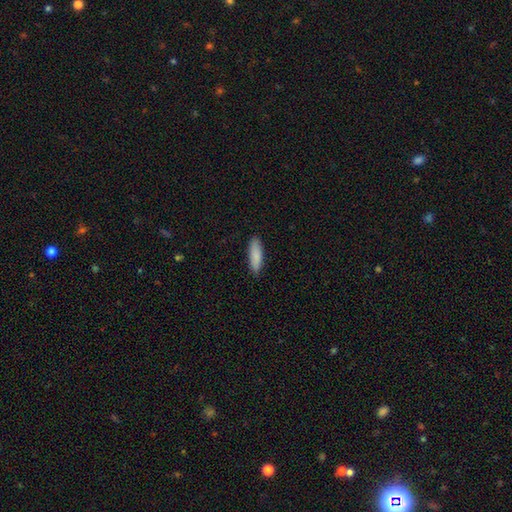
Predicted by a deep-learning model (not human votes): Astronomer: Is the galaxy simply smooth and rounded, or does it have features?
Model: smooth — 88%.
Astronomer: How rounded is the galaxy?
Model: cigar-shaped — 52% (runner-up: in between, 46%).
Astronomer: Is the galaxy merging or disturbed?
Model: none — 88%.